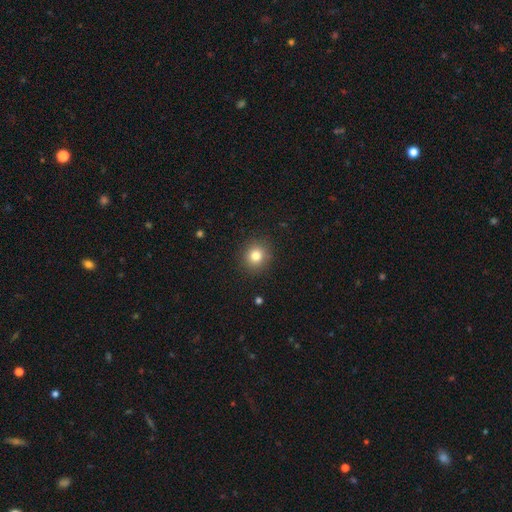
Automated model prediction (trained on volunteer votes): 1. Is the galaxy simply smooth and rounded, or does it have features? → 81% smooth, 12% star or artifact, 7% featured or disk.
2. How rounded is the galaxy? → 88% round, 11% in between, 1% cigar-shaped.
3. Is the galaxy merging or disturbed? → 90% none, 7% minor disturbance, 2% major disturbance, 1% merger.